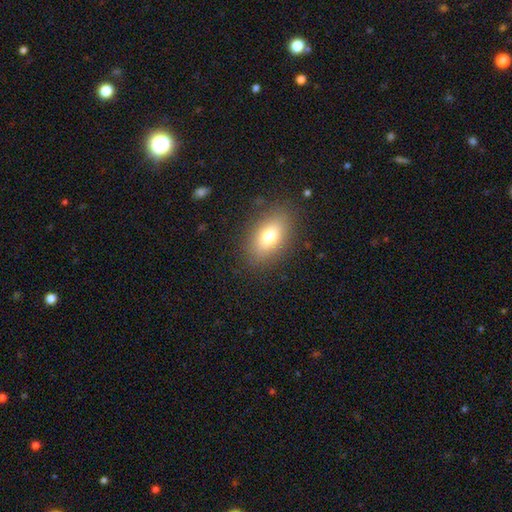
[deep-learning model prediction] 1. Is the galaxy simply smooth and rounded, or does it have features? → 74% smooth, 15% featured or disk, 11% star or artifact.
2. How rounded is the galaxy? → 85% in between, 10% round, 4% cigar-shaped.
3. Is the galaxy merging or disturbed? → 88% none, 8% minor disturbance, 3% major disturbance, 1% merger.